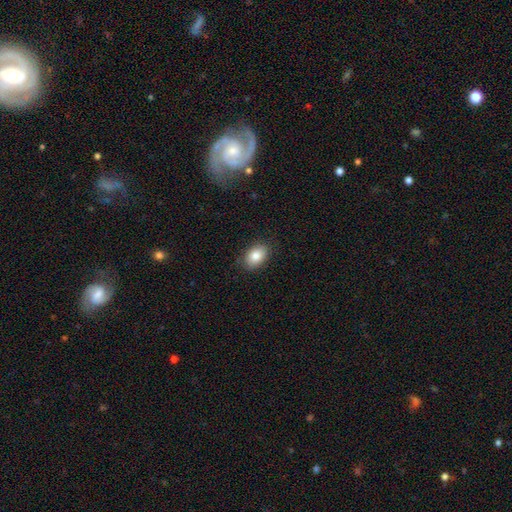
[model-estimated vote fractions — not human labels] Smooth or featured? smooth (84%)
How rounded? in between (84%)
Merging? none (86%)